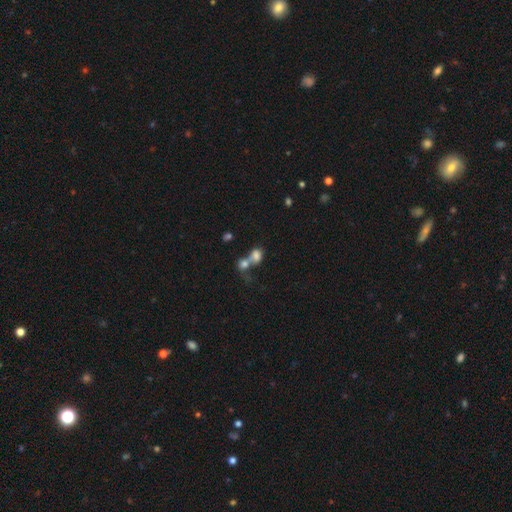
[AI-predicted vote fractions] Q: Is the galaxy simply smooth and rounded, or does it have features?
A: smooth — 74%.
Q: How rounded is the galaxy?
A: in between — 55%.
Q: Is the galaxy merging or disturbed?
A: merger — 68%.